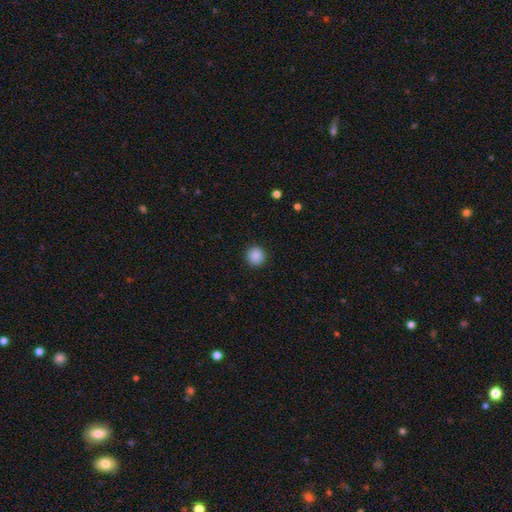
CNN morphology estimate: A smooth galaxy with no disk features (89%) that is round (94%).

Vote fractions:
- Smooth or featured? smooth: 89% / star or artifact: 9% / featured or disk: 2%
- How rounded? round: 94% / in between: 5% / cigar-shaped: 1%
- Merging? none: 92% / minor disturbance: 5% / major disturbance: 2% / merger: 1%